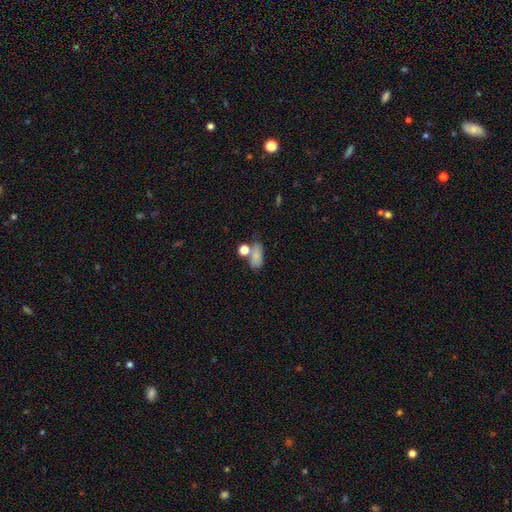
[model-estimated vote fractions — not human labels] This appears to be a smooth galaxy with no disk features (76%) that is in between round and cigar-shaped (78%). Merging: none (44%).